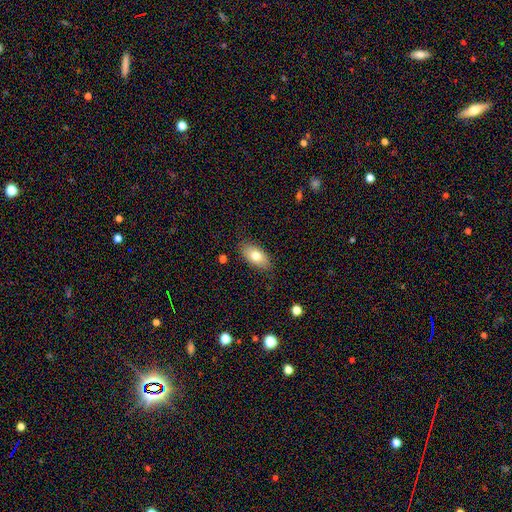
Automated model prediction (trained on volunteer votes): Smooth or featured? smooth (76%)
How rounded? in between (91%)
Merging? none (84%)